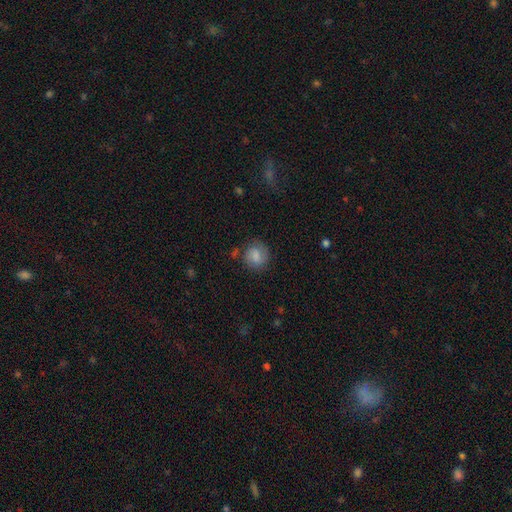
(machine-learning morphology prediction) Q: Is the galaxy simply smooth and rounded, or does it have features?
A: smooth — 75%.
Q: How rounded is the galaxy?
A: round — 82%.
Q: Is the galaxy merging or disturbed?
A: none — 73%.